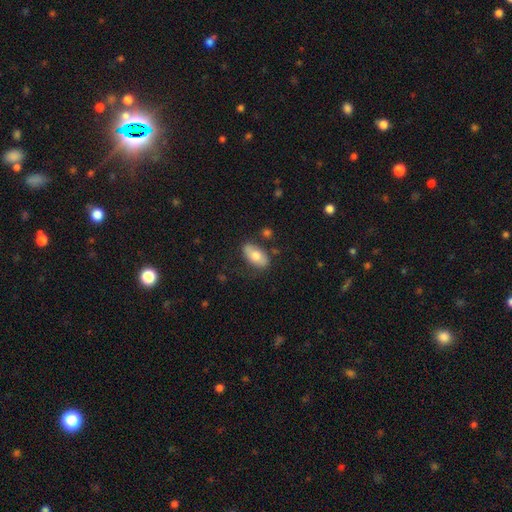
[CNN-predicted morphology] The model was most divided on "smooth or featured": smooth: 69%, featured or disk: 24%, star or artifact: 6%. More confident: how rounded — in between (91%); merging — none (74%).